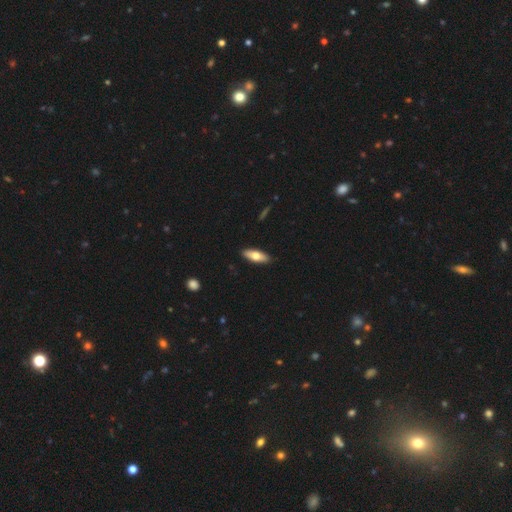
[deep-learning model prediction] smooth_or_featured: smooth (p=0.67) [alt: featured or disk p=0.27]
how_rounded: in between (p=0.68) [alt: cigar-shaped p=0.30]
merging: none (p=0.90) [alt: minor disturbance p=0.08]